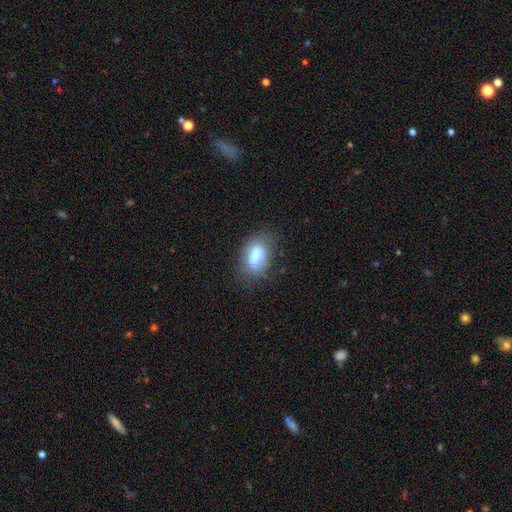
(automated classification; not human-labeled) A smooth galaxy with no disk features (72%) that is in between round and cigar-shaped (84%).

Vote fractions:
- Smooth or featured? smooth: 72% / featured or disk: 19% / star or artifact: 9%
- How rounded? in between: 84% / cigar-shaped: 9% / round: 7%
- Merging? none: 59% / minor disturbance: 27% / major disturbance: 11% / merger: 3%